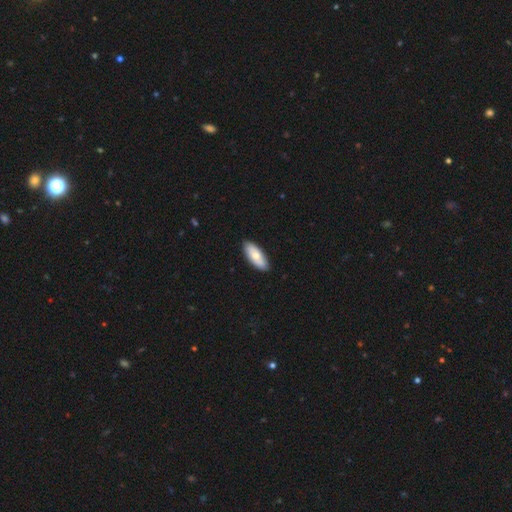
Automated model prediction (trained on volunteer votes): A smooth galaxy with no disk features (69%) that is in between round and cigar-shaped (80%).

Vote fractions:
- Smooth or featured? smooth: 69% / featured or disk: 25% / star or artifact: 5%
- How rounded? in between: 80% / cigar-shaped: 18% / round: 2%
- Merging? none: 88% / minor disturbance: 9% / major disturbance: 2% / merger: 1%